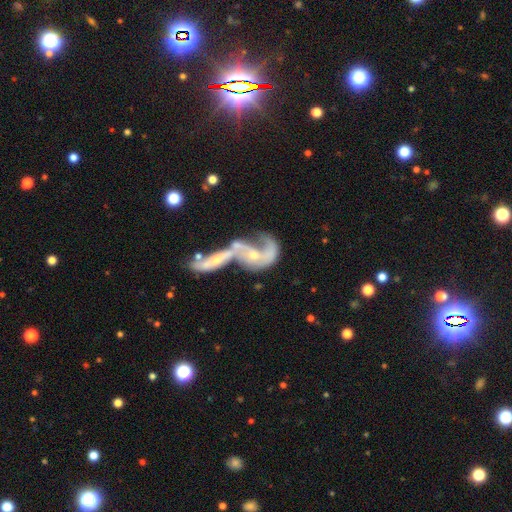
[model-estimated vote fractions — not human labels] A featured or disk galaxy (76%) with no bar (64%), 2 (50%) loose (64%) spiral arms (76%) and a small central bulge (51%).

Vote fractions:
- Smooth or featured? featured or disk: 76% / smooth: 16% / star or artifact: 8%
- Edge-on disk? no: 94% / yes: 6%
- Bar? no: 64% / weak: 26% / strong: 10%
- Spiral arms? yes: 76% / no: 24%
- Spiral winding? loose: 64% / medium: 26% / tight: 10%
- Spiral arm count? 2: 50% / 1: 27% / can't tell: 16% / 3: 4% / 4: 2% / more than 4: 2%
- Bulge size? small: 51% / moderate: 37% / none: 8% / large: 2% / dominant: 1%
- Merging? merger: 70% / major disturbance: 13% / none: 11% / minor disturbance: 6%